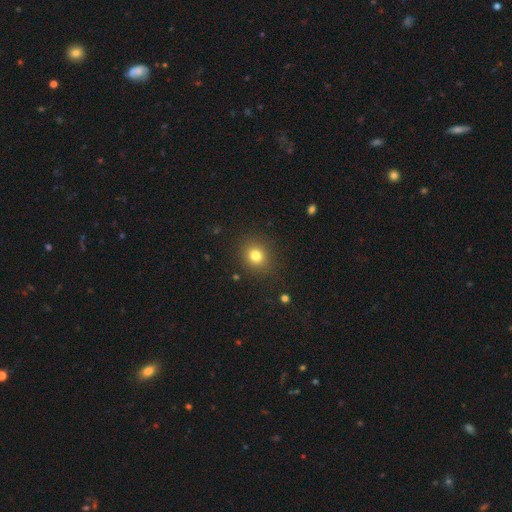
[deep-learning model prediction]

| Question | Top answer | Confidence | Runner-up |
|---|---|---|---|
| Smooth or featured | smooth | 79% | star or artifact (14%) |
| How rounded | round | 81% | in between (19%) |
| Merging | none | 88% | minor disturbance (8%) |